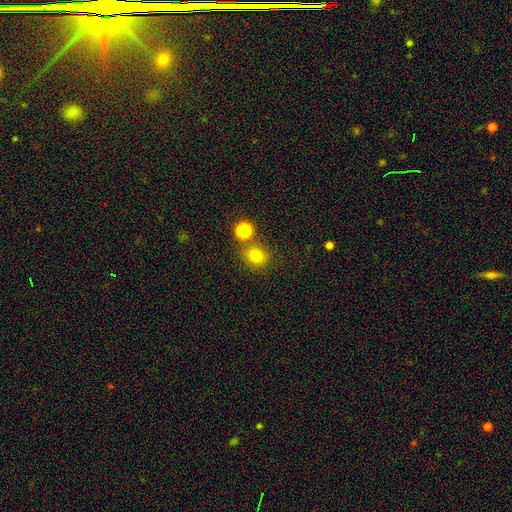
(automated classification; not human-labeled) Morphology: type=smooth (78%); roundness=round (80%); merging=none (74%).